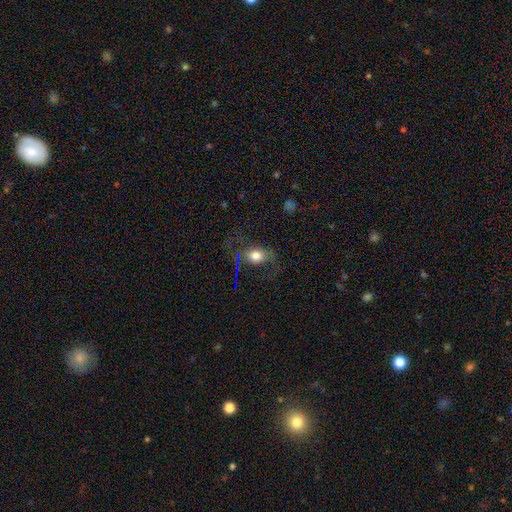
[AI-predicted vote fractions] The model was most divided on "merging": none: 52%, major disturbance: 24%, minor disturbance: 21%, merger: 3%. More confident: how rounded — in between (63%); smooth or featured — smooth (63%).